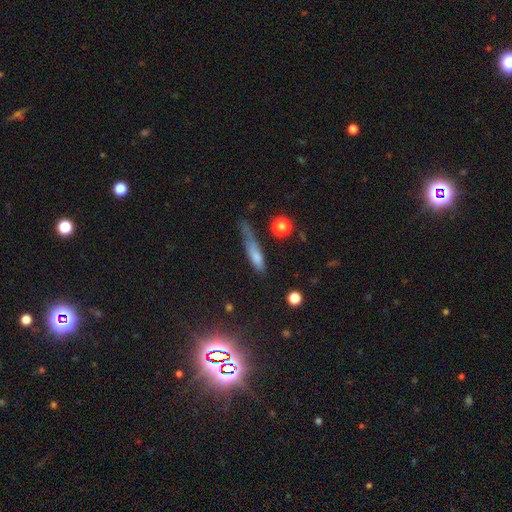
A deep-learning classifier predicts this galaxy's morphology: Smooth or featured?
  - smooth: 68% *
  - featured or disk: 21%
  - star or artifact: 11%
How rounded?
  - cigar-shaped: 74% *
  - in between: 22%
  - round: 4%
Merging?
  - none: 38% *
  - minor disturbance: 35%
  - major disturbance: 21%
  - merger: 6%